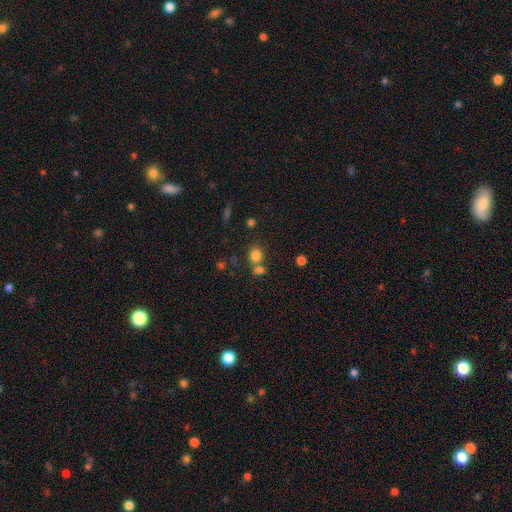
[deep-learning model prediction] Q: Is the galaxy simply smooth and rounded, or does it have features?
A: smooth — 80%.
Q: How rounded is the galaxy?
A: round — 77%.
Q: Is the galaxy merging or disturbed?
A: none — 57%.